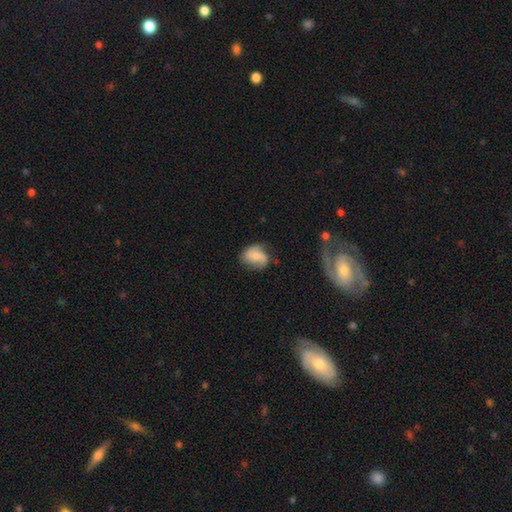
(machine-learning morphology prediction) Overall: smooth (51%; featured or disk 41%). How rounded: in between (56%; round 43%). Merging: none (53%; minor disturbance 30%).